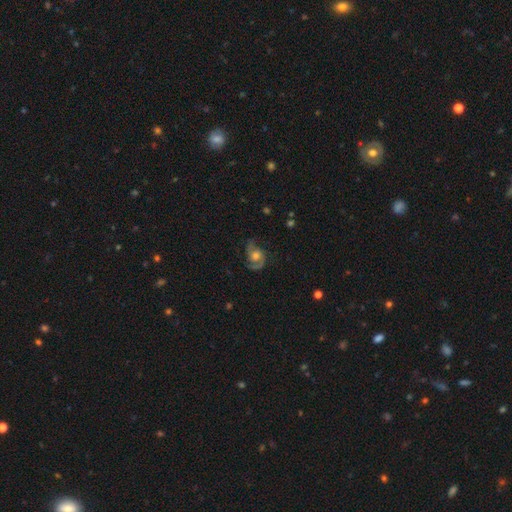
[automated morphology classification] This is likely a featured or disk galaxy (79%). It is clearly not viewed edge-on (97%). Bar: likely no (69%). Spiral arm pattern: clearly yes (94%). Spiral arm count: clearly 2 (86%). Spiral winding: possibly medium (51%). Central bulge: possibly moderate (54%). Merging: likely none (66%).